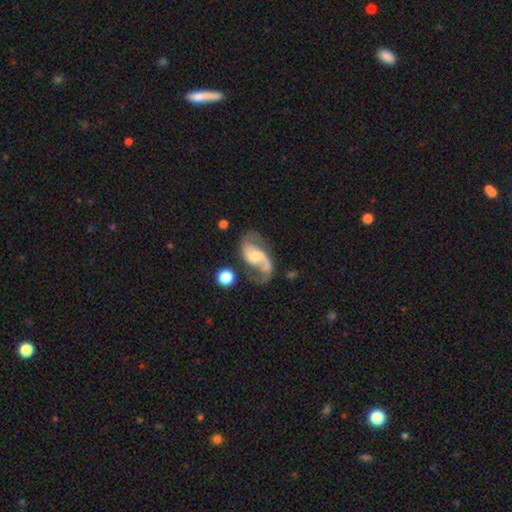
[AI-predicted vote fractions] The model was most divided on "bar": weak: 44%, no: 43%, strong: 13%. Remaining: edge-on disk — no (97%); spiral arms — yes (96%); smooth or featured — featured or disk (85%); spiral arm count — 2 (83%); merging — none (59%); spiral winding — loose (46%); bulge size — small (42%).